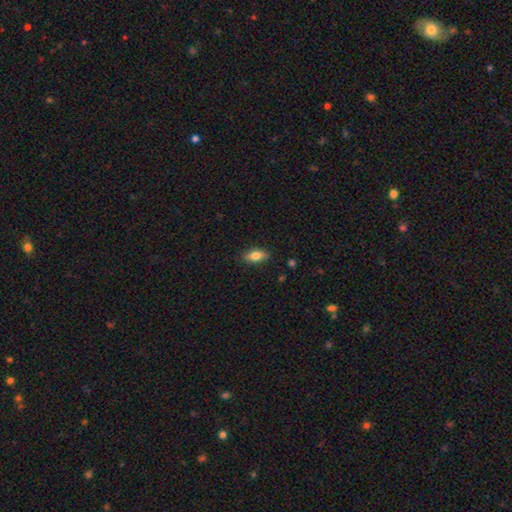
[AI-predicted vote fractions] smooth_or_featured: smooth (p=0.79) [alt: featured or disk p=0.13]
how_rounded: in between (p=0.85) [alt: cigar-shaped p=0.11]
merging: none (p=0.87) [alt: minor disturbance p=0.10]